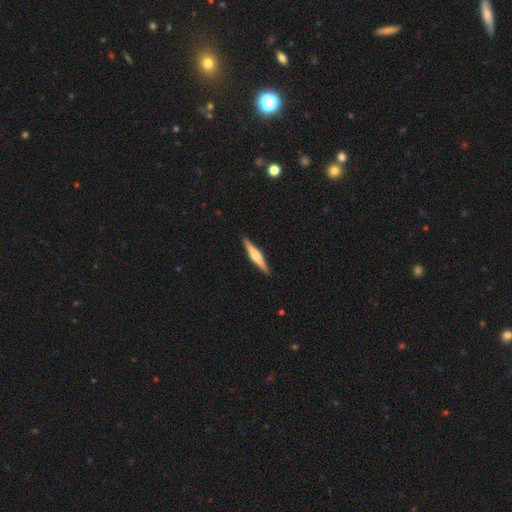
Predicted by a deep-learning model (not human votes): Smooth or featured?
  - featured or disk: 62% *
  - smooth: 33%
  - star or artifact: 5%
Edge-on disk?
  - yes: 98% *
  - no: 2%
Edge-on bulge?
  - rounded: 74% *
  - boxy: 18%
  - none: 9%
Merging?
  - none: 91% *
  - minor disturbance: 7%
  - major disturbance: 1%
  - merger: 1%